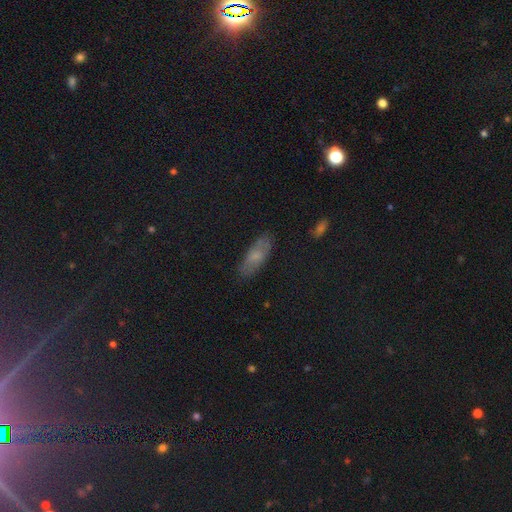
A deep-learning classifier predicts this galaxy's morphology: This is likely a smooth galaxy (60%). How rounded: likely in between (72%). Merging: clearly none (81%).